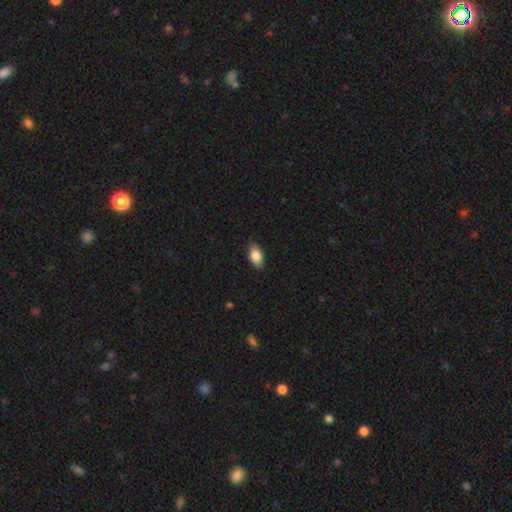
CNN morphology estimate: Q: Smooth or featured?
A: smooth (86%); runner-up: star or artifact (7%)
Q: How rounded?
A: in between (92%); runner-up: round (6%)
Q: Merging?
A: none (87%); runner-up: minor disturbance (10%)